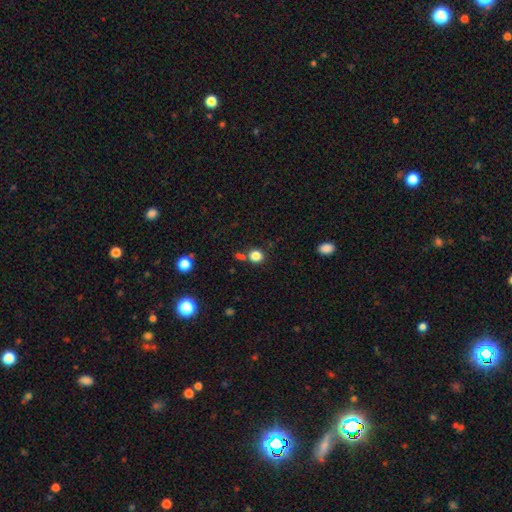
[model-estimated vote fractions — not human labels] Morphology: type=smooth (82%); roundness=round (88%); merging=none (75%).